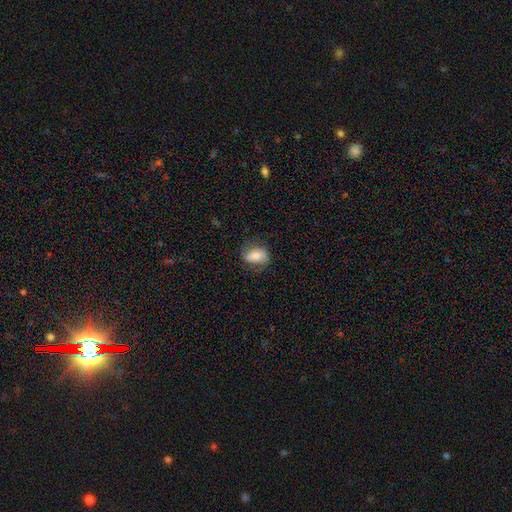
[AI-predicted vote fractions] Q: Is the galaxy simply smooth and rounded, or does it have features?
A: smooth — 60%.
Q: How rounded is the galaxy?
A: in between — 77%.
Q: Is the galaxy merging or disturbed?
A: none — 69%.